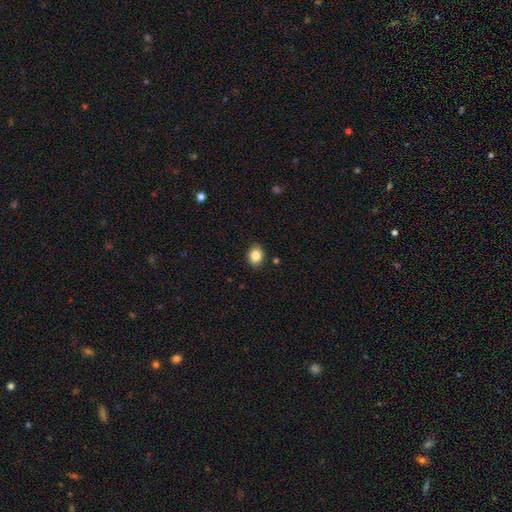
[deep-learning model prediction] A smooth galaxy with no disk features (85%) that is round (52%).

Vote fractions:
- Smooth or featured? smooth: 85% / star or artifact: 9% / featured or disk: 6%
- How rounded? round: 52% / in between: 47% / cigar-shaped: 1%
- Merging? none: 88% / minor disturbance: 9% / major disturbance: 2% / merger: 1%